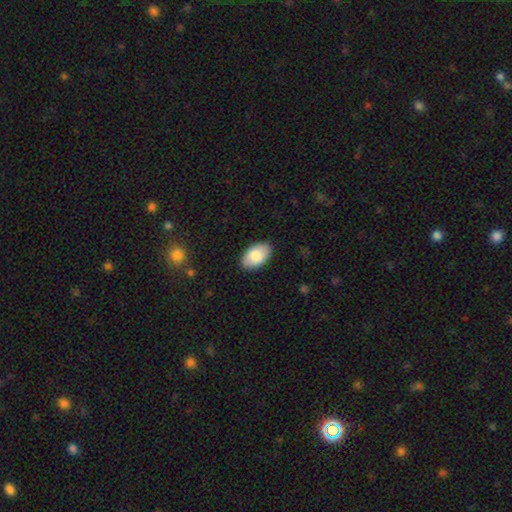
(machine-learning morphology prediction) A smooth galaxy with no disk features (83%) that is in between round and cigar-shaped (94%). Merging: none (88%).